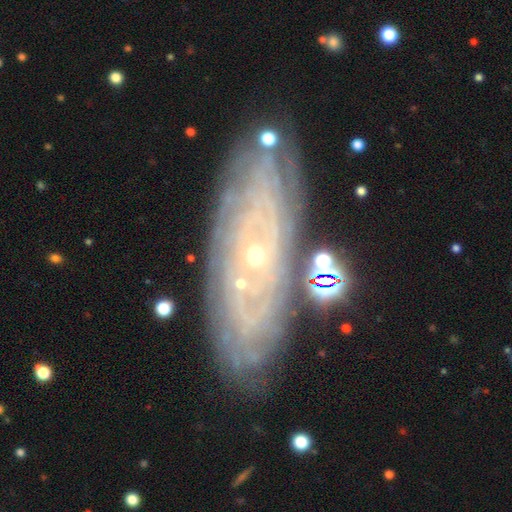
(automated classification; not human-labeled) smooth_or_featured: featured or disk (p=0.85) [alt: smooth p=0.08]
disk_edge_on: no (p=0.87) [alt: yes p=0.13]
bar: no (p=0.80) [alt: weak p=0.14]
has_spiral_arms: yes (p=0.93) [alt: no p=0.07]
spiral_winding: tight (p=0.85) [alt: medium p=0.12]
spiral_arm_count: can't tell (p=0.50) [alt: more than 4 p=0.12]
bulge_size: small (p=0.83) [alt: moderate p=0.14]
merging: none (p=0.82) [alt: minor disturbance p=0.12]